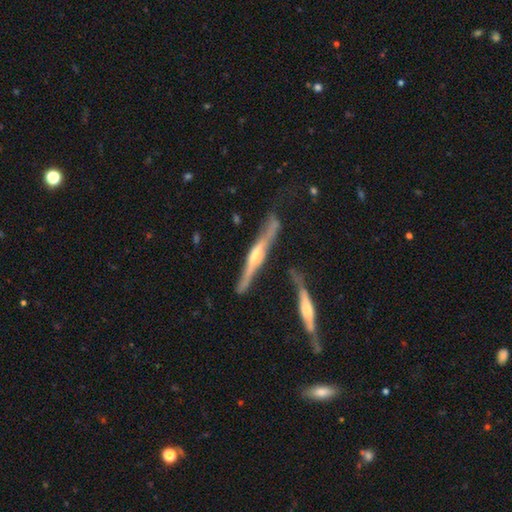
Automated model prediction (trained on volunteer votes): Morphology: type=featured or disk (80%); edge-on=yes (92%); edge-on bulge=rounded (56%); merging=none (58%).